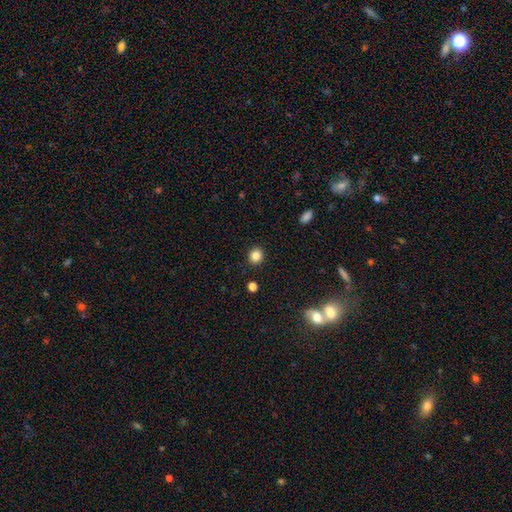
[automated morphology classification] smooth_or_featured: smooth (p=0.84) [alt: star or artifact p=0.11]
how_rounded: round (p=0.81) [alt: in between p=0.18]
merging: none (p=0.91) [alt: minor disturbance p=0.05]